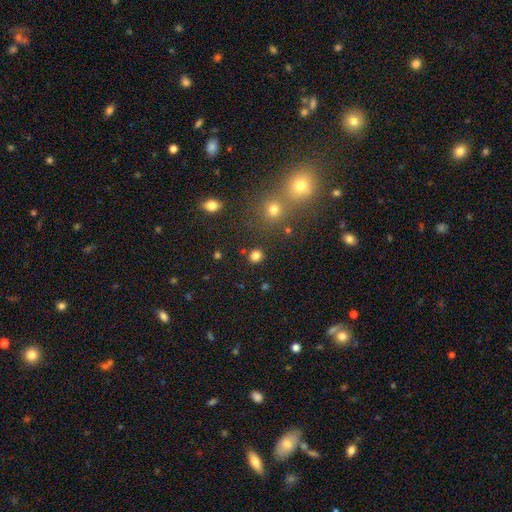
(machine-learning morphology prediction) This appears to be a smooth galaxy with no disk features (81%) that is round (85%). Merging: none (87%).